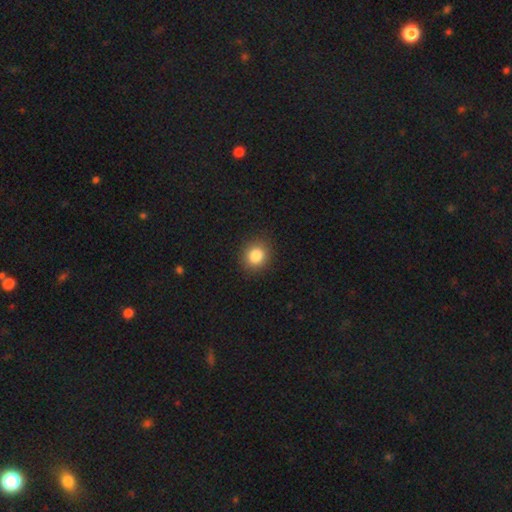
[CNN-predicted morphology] smooth 84%, star or artifact 10%, featured or disk 5%. Down the decision tree: how rounded — round (79%); merging — none (90%).